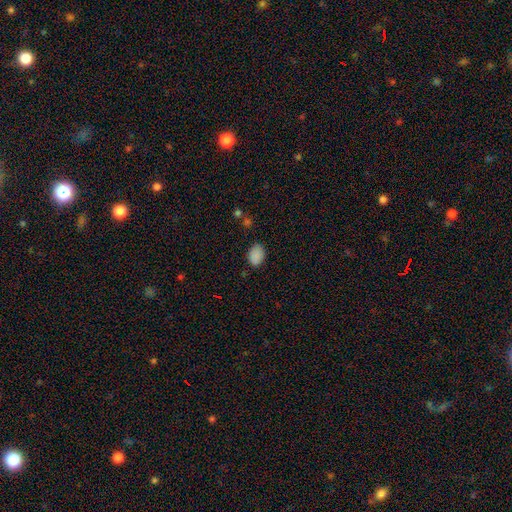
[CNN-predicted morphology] type=smooth (87%); roundness=in between (81%); merging=none (79%).